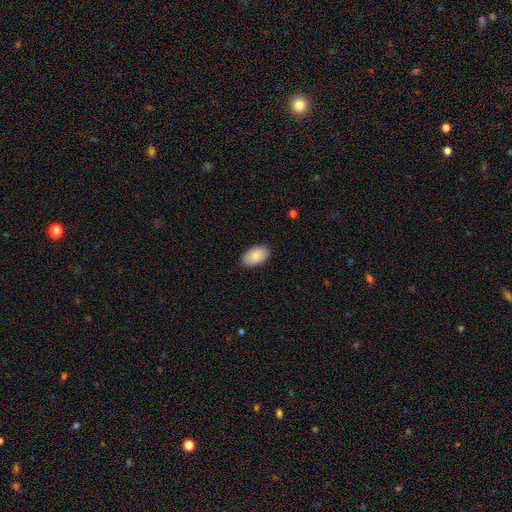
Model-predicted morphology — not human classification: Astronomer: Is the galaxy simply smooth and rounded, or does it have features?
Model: smooth — 85%.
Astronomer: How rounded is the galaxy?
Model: in between — 94%.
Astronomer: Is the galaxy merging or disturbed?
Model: none — 89%.